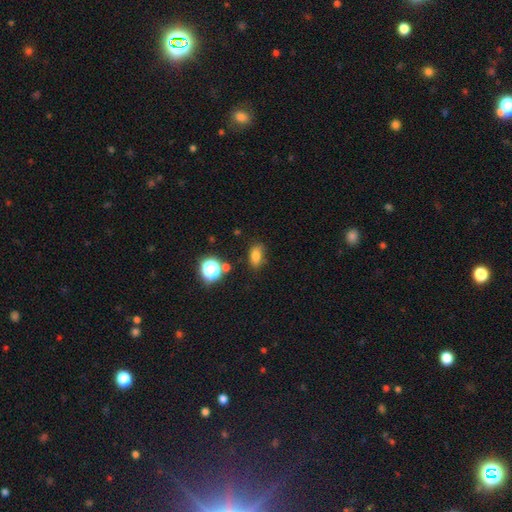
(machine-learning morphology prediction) A smooth galaxy with no disk features (77%) that is in between round and cigar-shaped (81%).

Vote fractions:
- Smooth or featured? smooth: 77% / star or artifact: 15% / featured or disk: 7%
- How rounded? in between: 81% / round: 16% / cigar-shaped: 3%
- Merging? none: 72% / minor disturbance: 19% / major disturbance: 5% / merger: 5%